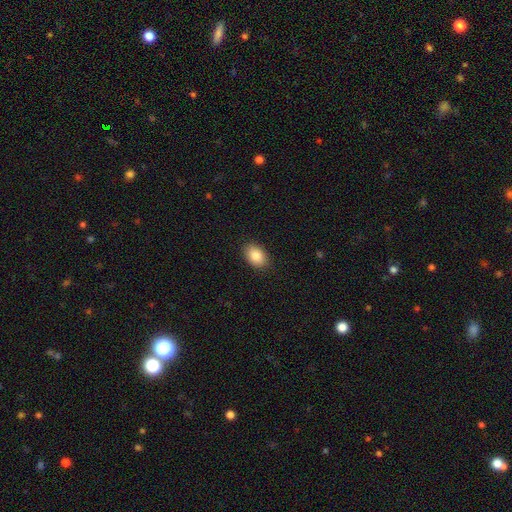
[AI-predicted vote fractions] Smooth or featured? smooth (88%)
How rounded? in between (85%)
Merging? none (89%)